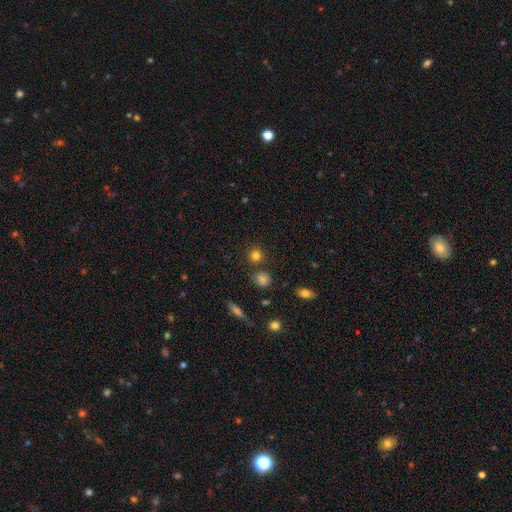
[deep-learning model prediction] Overall: smooth (81%). How rounded: round (89%). Merging: none (82%).